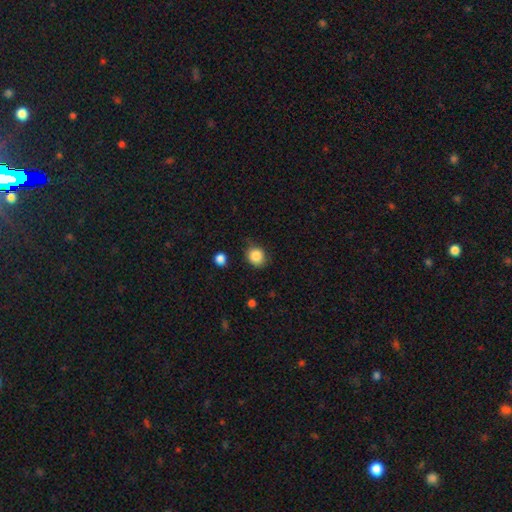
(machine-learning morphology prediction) smooth 86%, star or artifact 9%, featured or disk 4%. Down the decision tree: how rounded — round (80%); merging — none (78%).